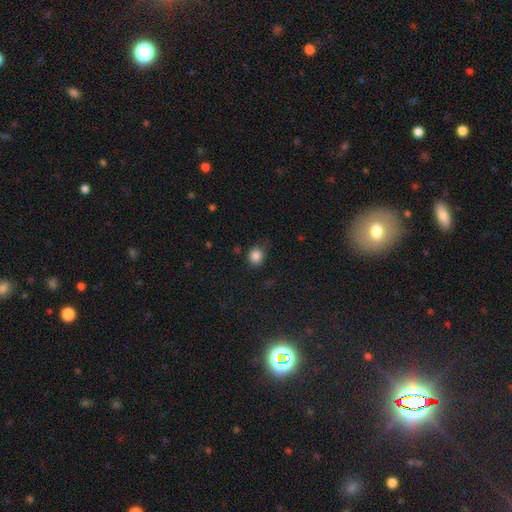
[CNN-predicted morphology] smooth 84%, star or artifact 11%, featured or disk 4%. Down the decision tree: how rounded — round (81%); merging — none (68%).